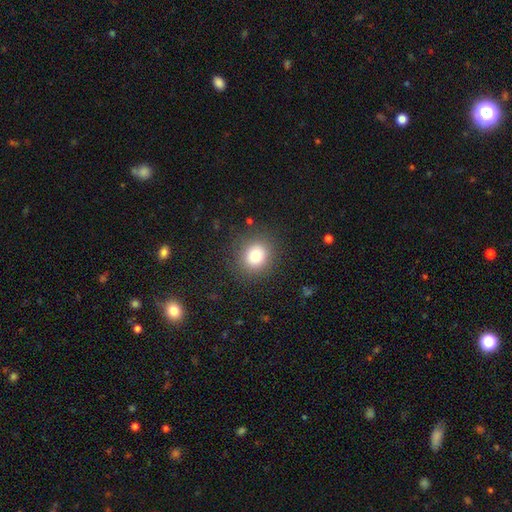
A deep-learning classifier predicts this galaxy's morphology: smooth-or-featured: smooth: 82% | star or artifact: 11% | featured or disk: 7%
  how-rounded: round: 79% | in between: 20% | cigar-shaped: 1%
  merging: none: 87% | minor disturbance: 8% | major disturbance: 4% | merger: 1%